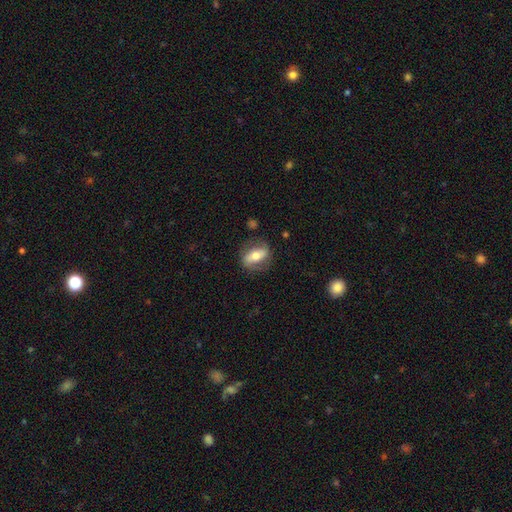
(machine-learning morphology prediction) Smooth or featured? Predicted: featured or disk (p=0.51). Edge-on disk? Predicted: no (p=0.79). Merging? Predicted: none (p=0.75).